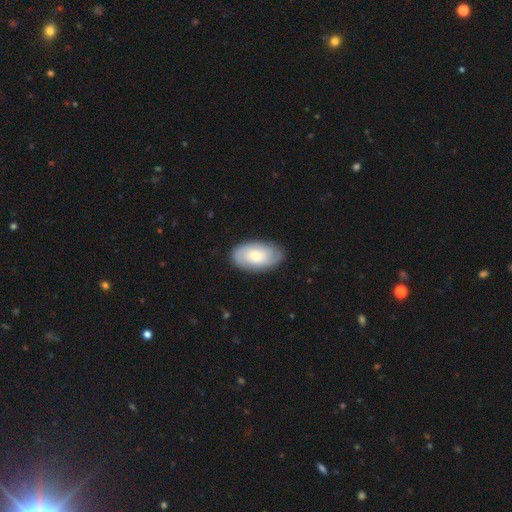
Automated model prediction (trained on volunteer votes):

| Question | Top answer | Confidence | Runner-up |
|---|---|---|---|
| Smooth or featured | smooth | 55% | featured or disk (39%) |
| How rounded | in between | 94% | round (5%) |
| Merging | none | 82% | minor disturbance (14%) |